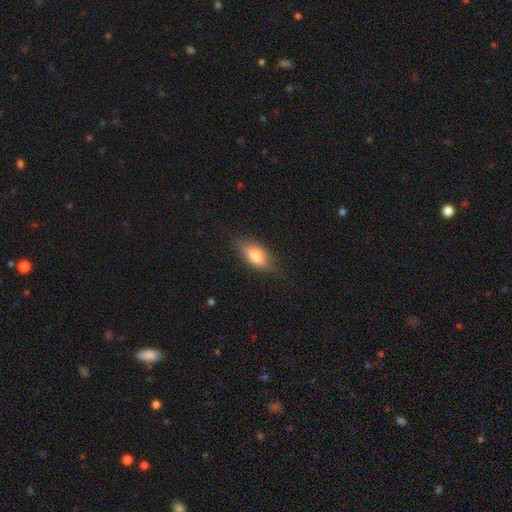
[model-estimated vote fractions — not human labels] This is likely a smooth galaxy (66%). How rounded: clearly in between (81%). Merging: likely none (75%).